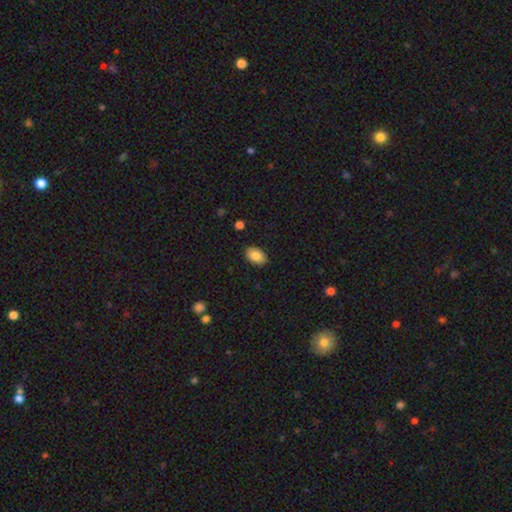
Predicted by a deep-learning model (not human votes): A smooth galaxy with no disk features (84%) that is in between round and cigar-shaped (87%). Merging: none (87%).